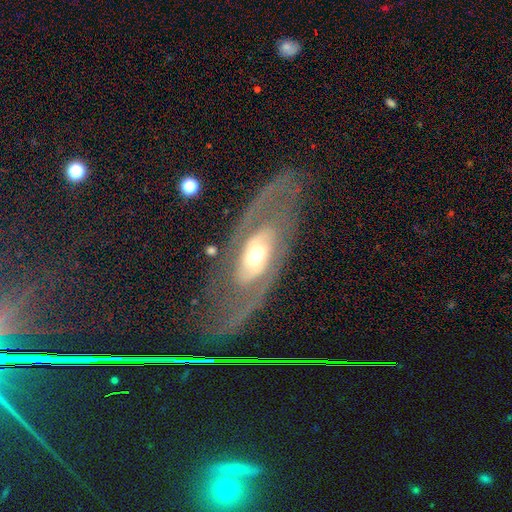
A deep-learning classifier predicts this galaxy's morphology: Smooth or featured? Predicted: featured or disk (p=0.81). Edge-on disk? Predicted: no (p=0.88). Bar? Predicted: no (p=0.58). Spiral arms? Predicted: yes (p=0.73). Spiral winding? Predicted: medium (p=0.41). Spiral arm count? Predicted: 2 (p=0.71). Bulge size? Predicted: moderate (p=0.67). Merging? Predicted: none (p=0.69).